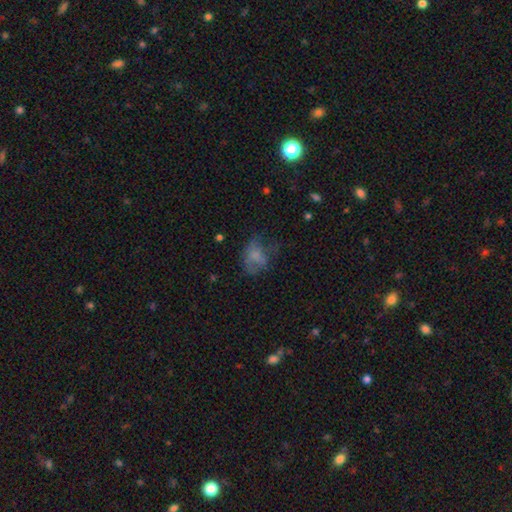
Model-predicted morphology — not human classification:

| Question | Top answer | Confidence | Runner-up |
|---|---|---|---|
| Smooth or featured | smooth | 59% | featured or disk (27%) |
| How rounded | in between | 69% | round (29%) |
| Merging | none | 36% | major disturbance (34%) |